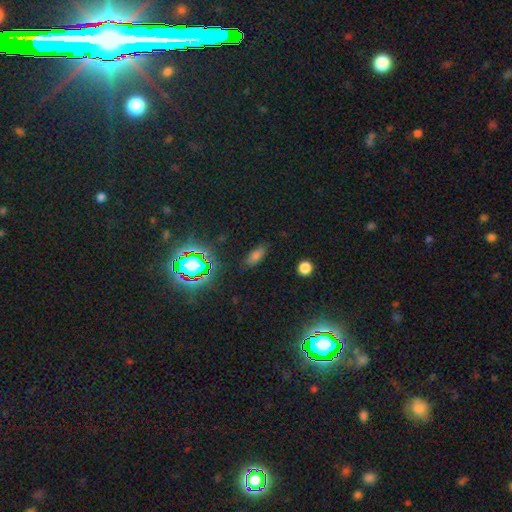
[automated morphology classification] Q: Smooth or featured?
A: smooth (68%); runner-up: star or artifact (22%)
Q: How rounded?
A: in between (75%); runner-up: cigar-shaped (20%)
Q: Merging?
A: none (82%); runner-up: minor disturbance (12%)